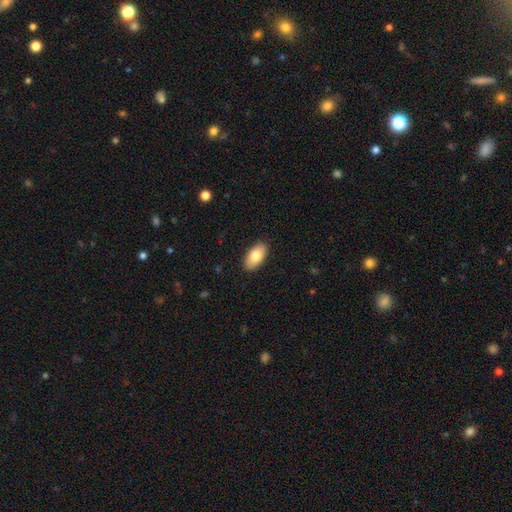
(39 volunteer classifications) This is clearly a smooth galaxy (85%). How rounded: clearly in between (91%). Merging: clearly none (95%).